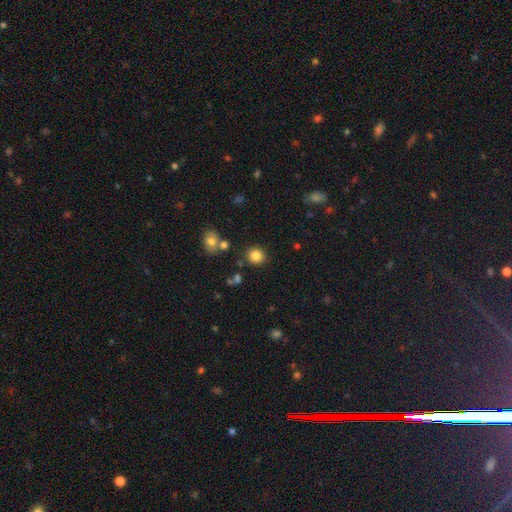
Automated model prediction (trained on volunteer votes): This appears to be a smooth galaxy with no disk features (83%) that is round (87%). Merging: none (84%).